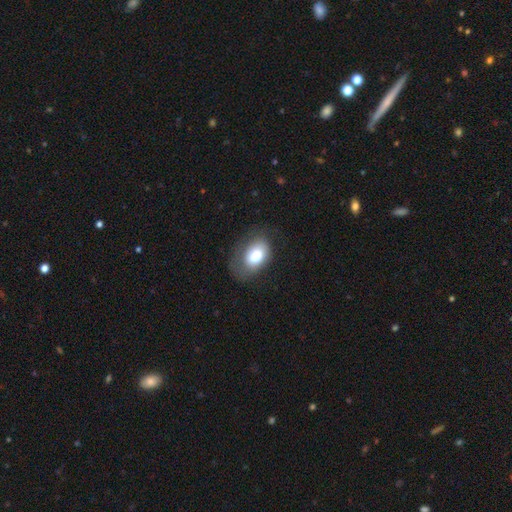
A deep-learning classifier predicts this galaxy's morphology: smooth-or-featured: smooth: 75% | featured or disk: 16% | star or artifact: 9%
  how-rounded: in between: 82% | round: 17% | cigar-shaped: 1%
  merging: none: 62% | minor disturbance: 24% | major disturbance: 13% | merger: 1%